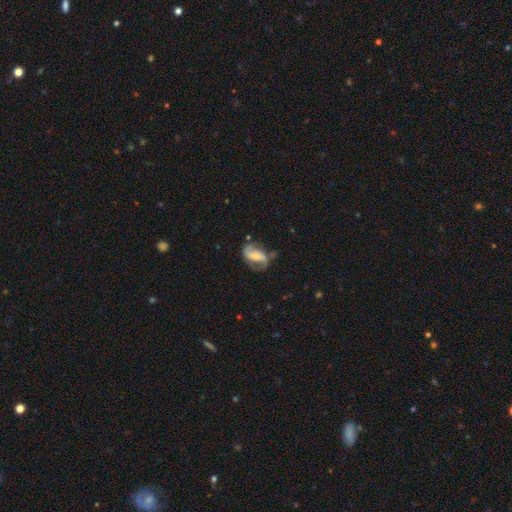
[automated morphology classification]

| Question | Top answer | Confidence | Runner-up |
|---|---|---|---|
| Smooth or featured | featured or disk | 75% | smooth (19%) |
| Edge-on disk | no | 96% | yes (4%) |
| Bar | weak | 37% | no (34%) |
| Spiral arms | yes | 91% | no (9%) |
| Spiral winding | loose | 48% | medium (37%) |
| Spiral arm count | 2 | 86% | can't tell (5%) |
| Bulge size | small | 49% | moderate (38%) |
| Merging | none | 57% | minor disturbance (25%) |